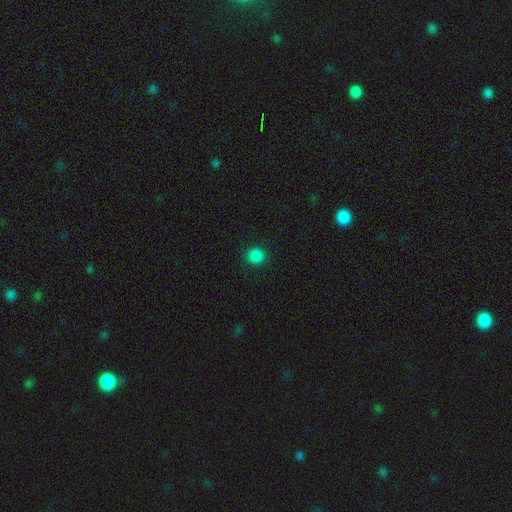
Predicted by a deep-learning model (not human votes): The model was most divided on "smooth or featured": smooth: 86%, star or artifact: 12%, featured or disk: 2%. More confident: merging — none (91%); how rounded — round (88%).